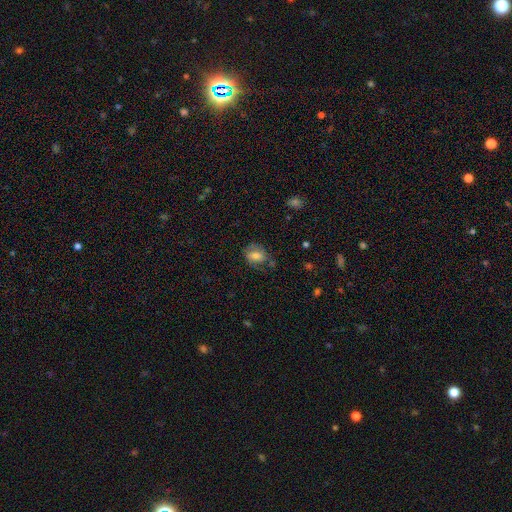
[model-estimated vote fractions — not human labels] Smooth or featured? smooth (65%)
How rounded? in between (58%)
Merging? none (61%)